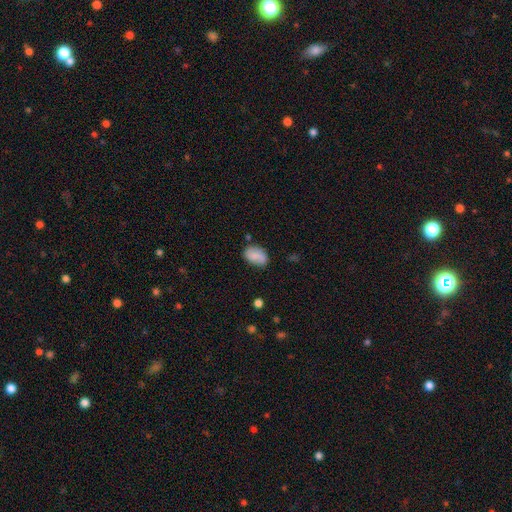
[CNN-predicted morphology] Overall: smooth (76%). How rounded: in between (86%). Merging: none (68%).